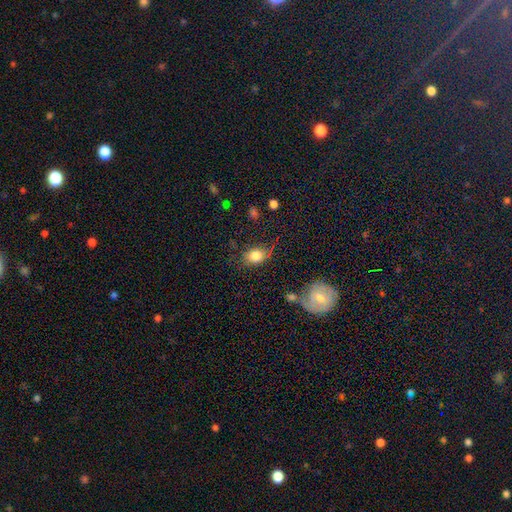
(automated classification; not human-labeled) smooth 79%, featured or disk 11%, star or artifact 9%. Down the decision tree: how rounded — in between (70%); merging — none (64%).